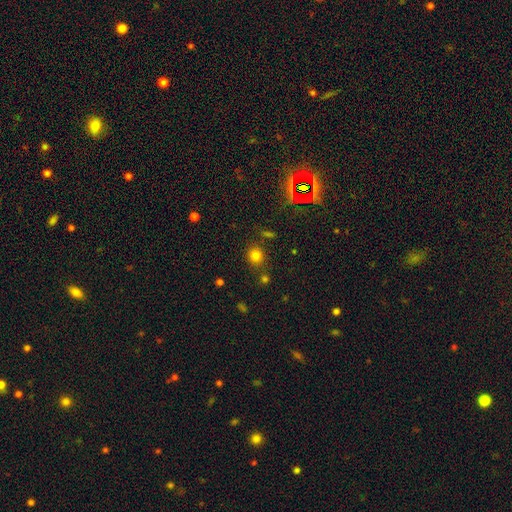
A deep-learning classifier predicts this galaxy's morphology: Smooth or featured? smooth (76%)
How rounded? round (86%)
Merging? none (81%)